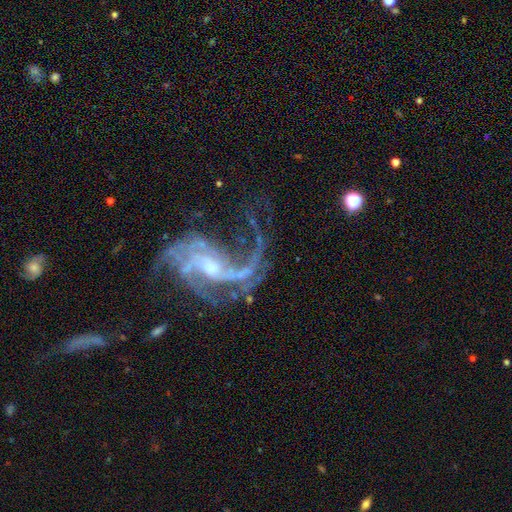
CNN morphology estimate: Q: Smooth or featured?
A: featured or disk (88%); runner-up: star or artifact (8%)
Q: Edge-on disk?
A: no (97%); runner-up: yes (3%)
Q: Bar?
A: weak (44%); runner-up: no (31%)
Q: Spiral arms?
A: yes (96%); runner-up: no (4%)
Q: Spiral winding?
A: loose (49%); runner-up: medium (39%)
Q: Spiral arm count?
A: 2 (49%); runner-up: 3 (16%)
Q: Bulge size?
A: small (57%); runner-up: moderate (35%)
Q: Merging?
A: none (41%); runner-up: major disturbance (36%)